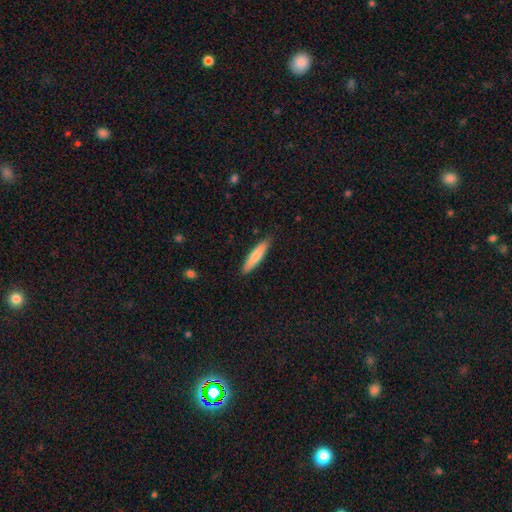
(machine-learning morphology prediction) Overall: smooth (73%). How rounded: cigar-shaped (84%). Merging: none (88%).